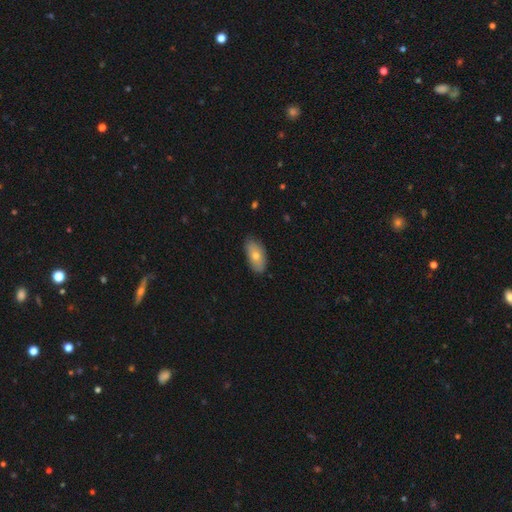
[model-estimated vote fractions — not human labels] This is likely a smooth galaxy (74%). How rounded: clearly in between (92%). Merging: likely none (79%).